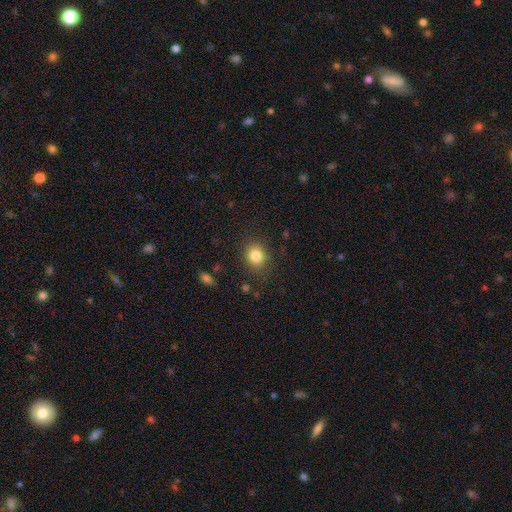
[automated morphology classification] Overall: smooth (82%). How rounded: round (67%; in between 33%). Merging: none (84%).